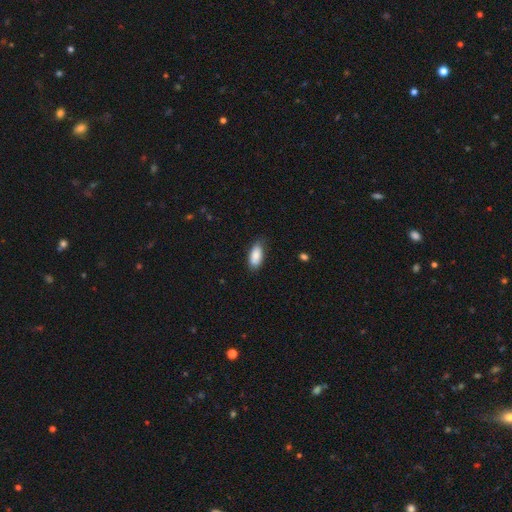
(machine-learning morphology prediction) smooth 86%, featured or disk 8%, star or artifact 7%. Down the decision tree: how rounded — in between (88%); merging — none (73%).